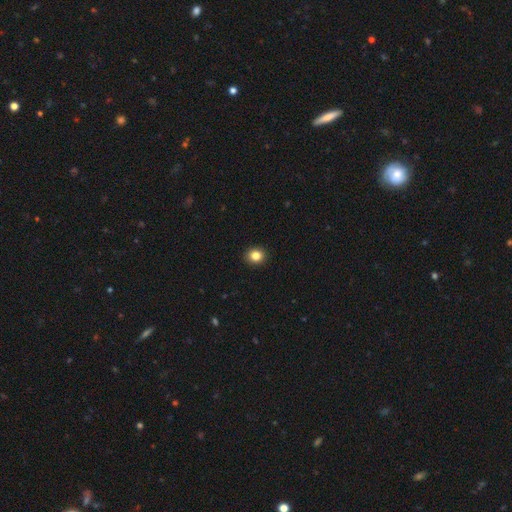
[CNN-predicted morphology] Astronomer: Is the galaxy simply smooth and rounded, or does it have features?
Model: smooth — 84%.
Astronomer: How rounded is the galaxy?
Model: round — 75%.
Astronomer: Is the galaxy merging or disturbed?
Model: none — 92%.